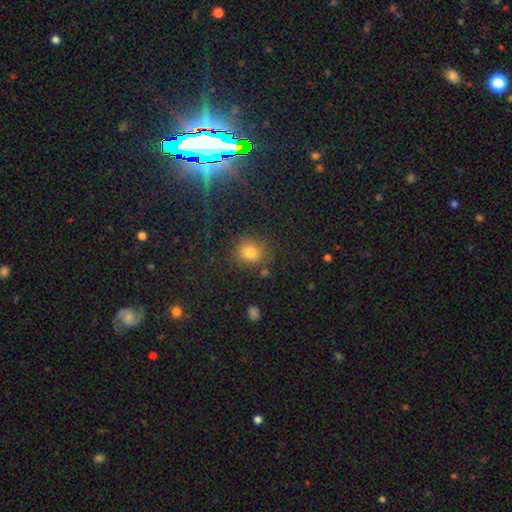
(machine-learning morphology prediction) Smooth or featured? smooth (65%)
How rounded? round (83%)
Merging? none (84%)